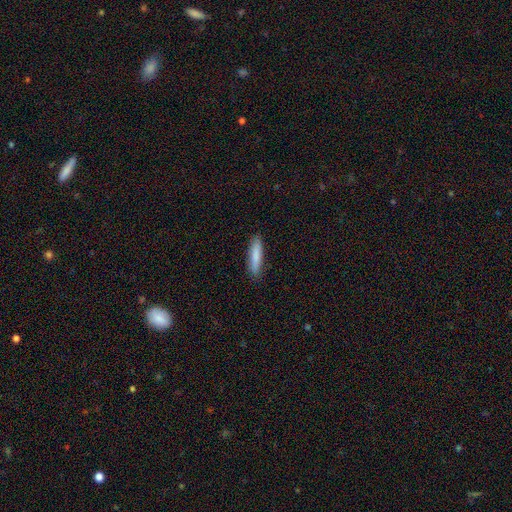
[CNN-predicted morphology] This is clearly a smooth galaxy (84%). How rounded: clearly cigar-shaped (83%). Merging: clearly none (87%).